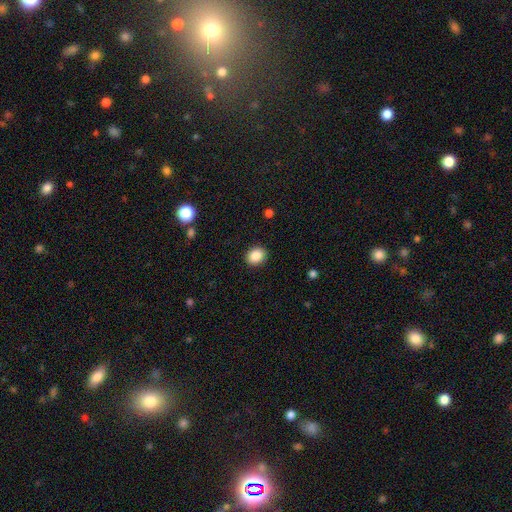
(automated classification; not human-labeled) A smooth galaxy with no disk features (88%) that is round (58%).

Vote fractions:
- Smooth or featured? smooth: 88% / star or artifact: 8% / featured or disk: 4%
- How rounded? round: 58% / in between: 41% / cigar-shaped: 1%
- Merging? none: 90% / minor disturbance: 7% / major disturbance: 2% / merger: 1%